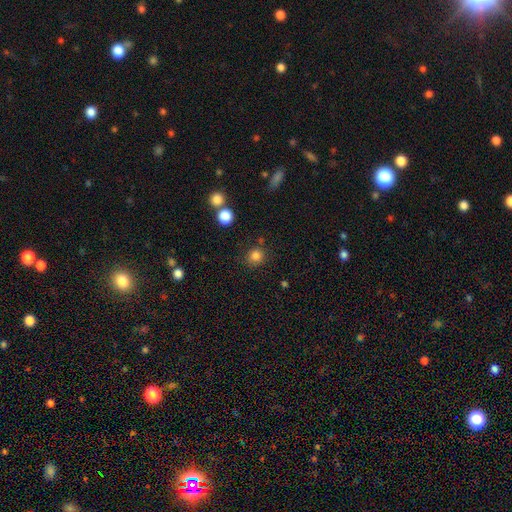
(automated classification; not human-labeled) The model was most divided on "smooth or featured": smooth: 83%, star or artifact: 13%, featured or disk: 4%. More confident: how rounded — round (90%); merging — none (83%).